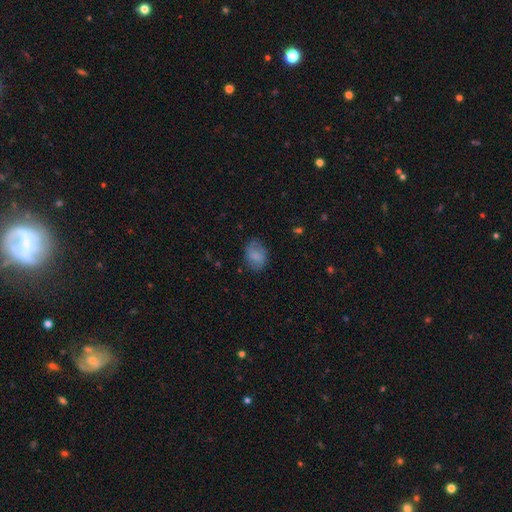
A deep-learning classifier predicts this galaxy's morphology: This is likely a smooth galaxy (76%). How rounded: likely in between (70%). Merging: likely none (70%).